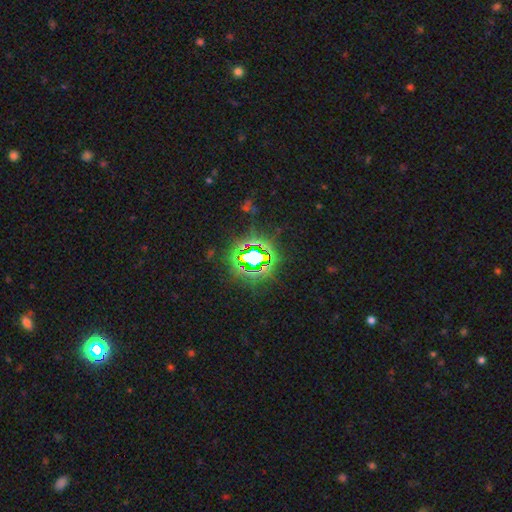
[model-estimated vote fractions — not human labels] Overall: star or artifact (79%).